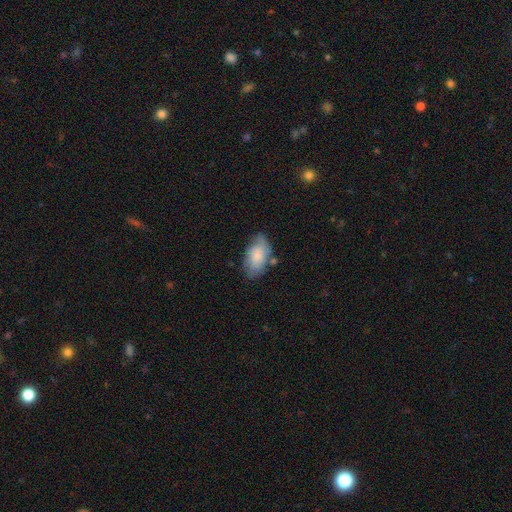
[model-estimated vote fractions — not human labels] Smooth or featured? Predicted: smooth (p=0.77). How rounded? Predicted: in between (p=0.93). Merging? Predicted: none (p=0.60).